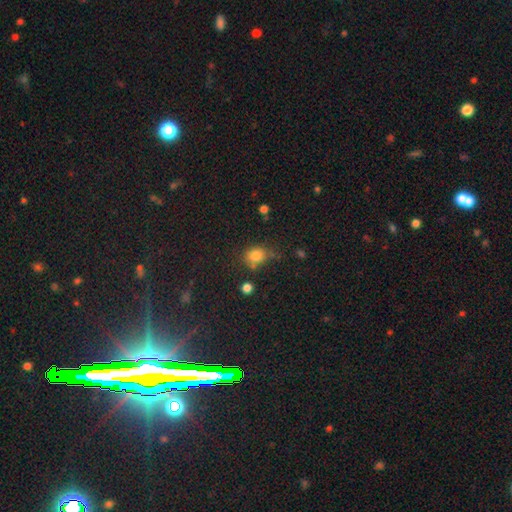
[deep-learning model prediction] This is likely a smooth galaxy (80%). How rounded: possibly round (53%). Merging: possibly none (50%).